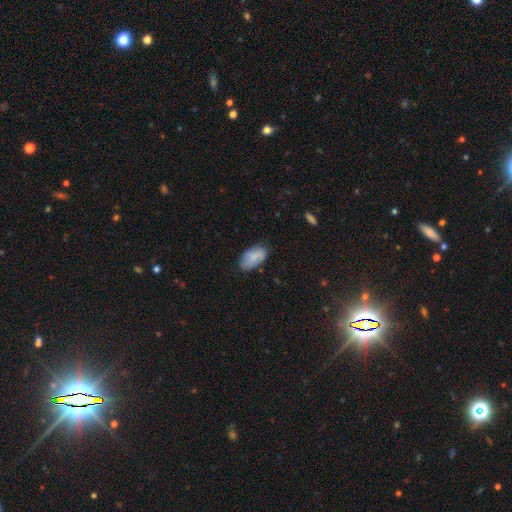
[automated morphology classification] smooth 77%, featured or disk 16%, star or artifact 7%. Down the decision tree: how rounded — in between (94%); merging — none (70%).